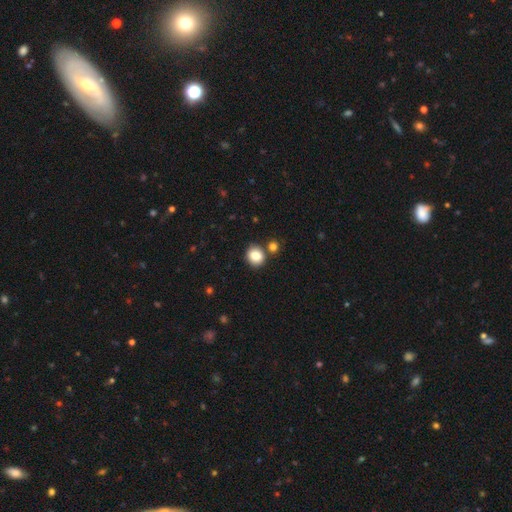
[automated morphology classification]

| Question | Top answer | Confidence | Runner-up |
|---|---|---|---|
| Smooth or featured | smooth | 83% | star or artifact (10%) |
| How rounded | round | 76% | in between (23%) |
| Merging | none | 76% | merger (12%) |